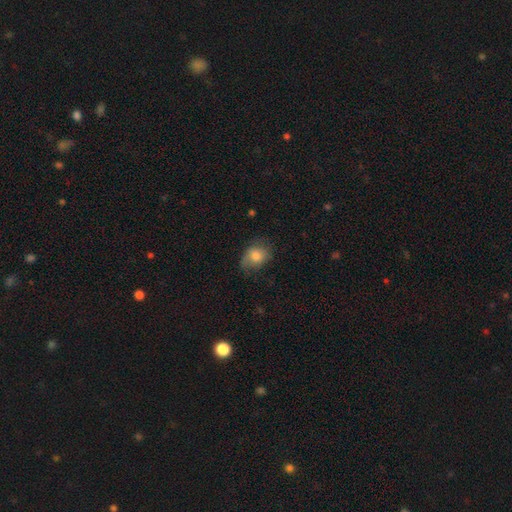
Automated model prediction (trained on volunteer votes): Morphology: type=smooth (73%); roundness=in between (60%); merging=none (56%).